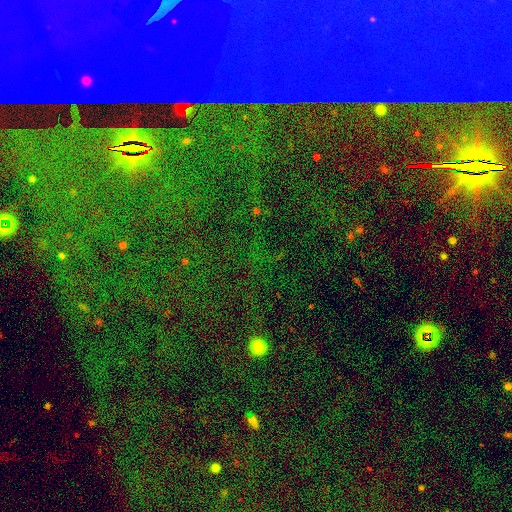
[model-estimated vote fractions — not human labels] smooth-or-featured: star or artifact: 76% | smooth: 16% | featured or disk: 9%